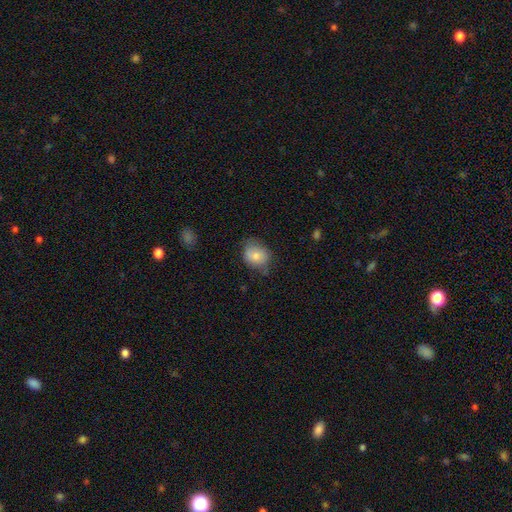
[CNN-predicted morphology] The model was most divided on "how rounded": round: 56%, in between: 43%, cigar-shaped: 1%. More confident: smooth or featured — smooth (76%); merging — none (63%).